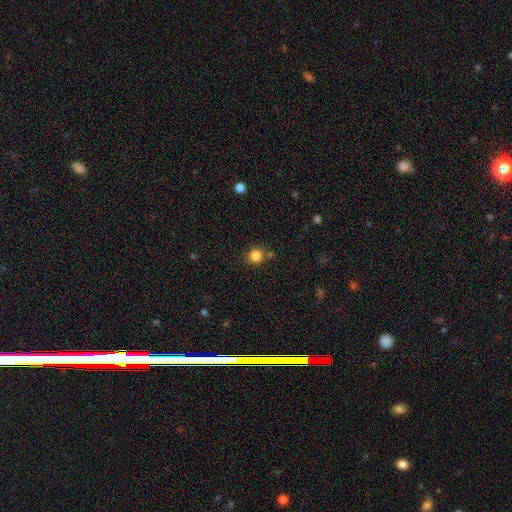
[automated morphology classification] smooth 84%, star or artifact 12%, featured or disk 4%. Down the decision tree: how rounded — round (92%); merging — none (82%).